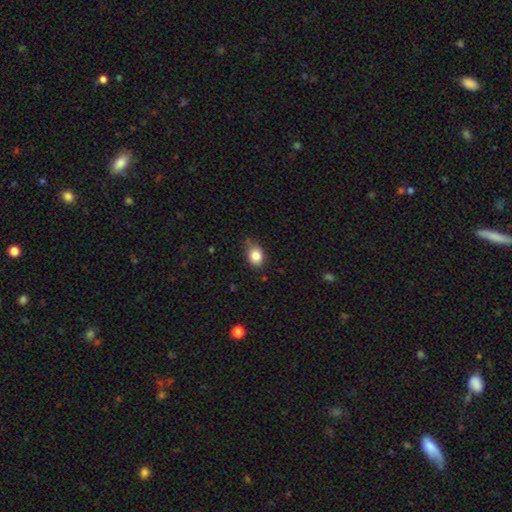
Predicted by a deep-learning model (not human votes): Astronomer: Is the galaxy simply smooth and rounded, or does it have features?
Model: smooth — 84%.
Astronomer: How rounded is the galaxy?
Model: in between — 52% (runner-up: round, 47%).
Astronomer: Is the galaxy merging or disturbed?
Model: none — 66%.